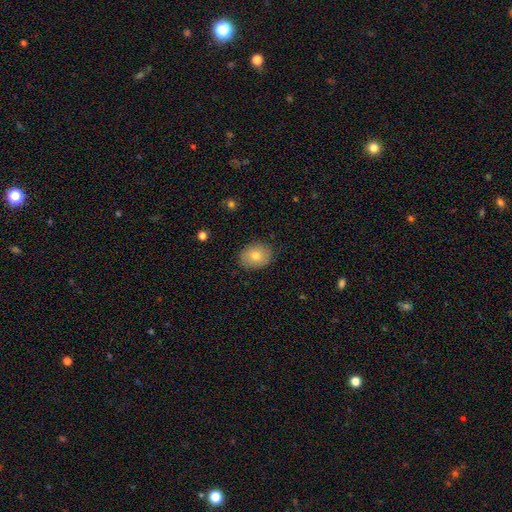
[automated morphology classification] The model was most divided on "how rounded": in between: 65%, round: 34%, cigar-shaped: 1%. More confident: merging — none (86%); smooth or featured — smooth (76%).